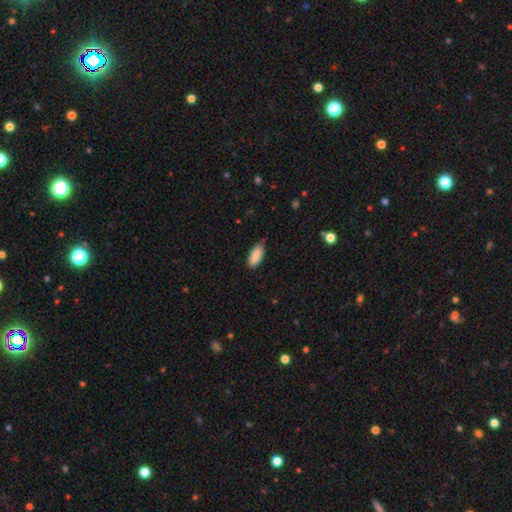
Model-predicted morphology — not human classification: smooth 88%, star or artifact 6%, featured or disk 6%. Down the decision tree: how rounded — in between (86%); merging — none (83%).